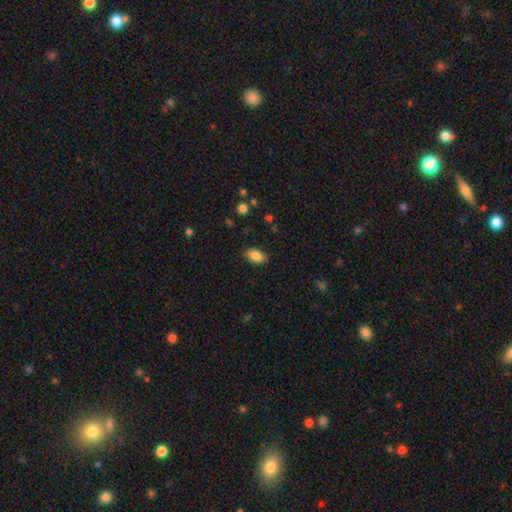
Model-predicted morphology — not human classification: Overall: smooth (85%). How rounded: in between (91%). Merging: none (86%).